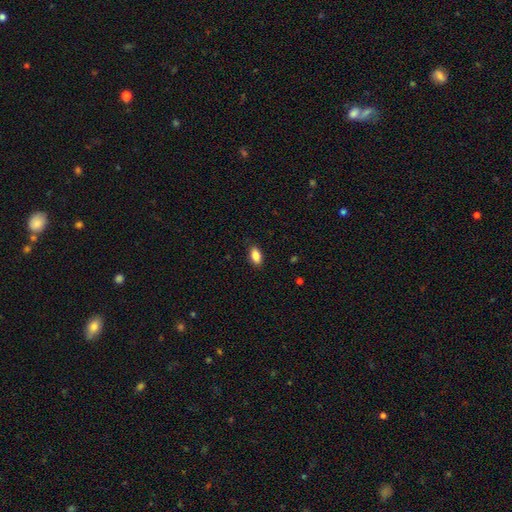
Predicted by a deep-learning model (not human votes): Smooth or featured: smooth — 87% (star or artifact — 8%)
How rounded: in between — 91% (round — 5%)
Merging: none — 88% (minor disturbance — 9%)